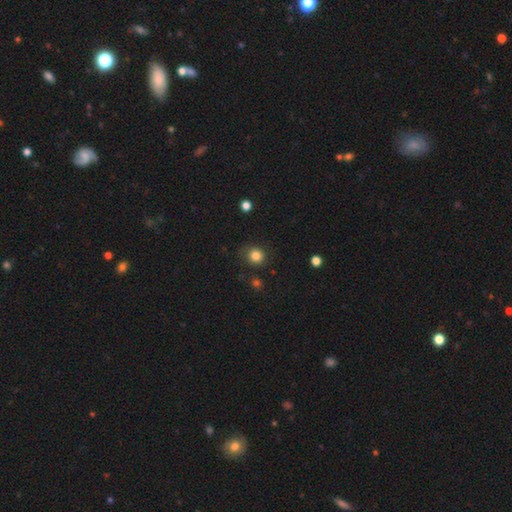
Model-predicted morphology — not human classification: Q: Smooth or featured?
A: smooth (83%); runner-up: star or artifact (12%)
Q: How rounded?
A: round (86%); runner-up: in between (13%)
Q: Merging?
A: none (82%); runner-up: minor disturbance (12%)